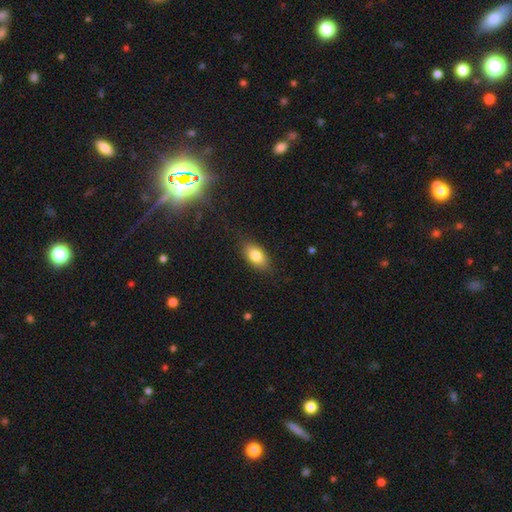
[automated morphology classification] Q: Smooth or featured?
A: smooth (80%); runner-up: featured or disk (12%)
Q: How rounded?
A: in between (88%); runner-up: round (6%)
Q: Merging?
A: none (83%); runner-up: minor disturbance (13%)